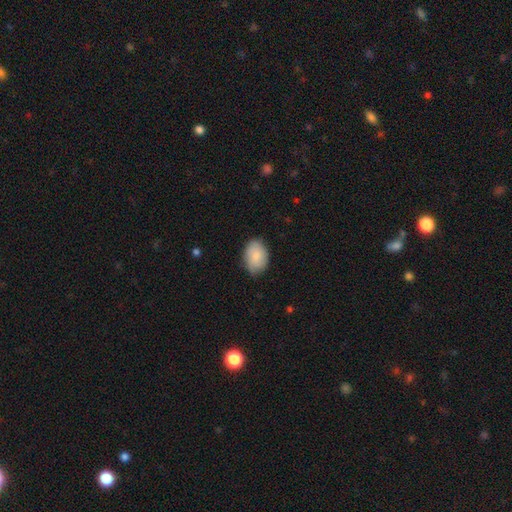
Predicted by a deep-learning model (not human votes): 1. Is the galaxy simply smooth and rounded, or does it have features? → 82% smooth, 12% featured or disk, 6% star or artifact.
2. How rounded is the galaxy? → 82% in between, 17% round, 1% cigar-shaped.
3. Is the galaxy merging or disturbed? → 78% none, 18% minor disturbance, 3% major disturbance, 1% merger.